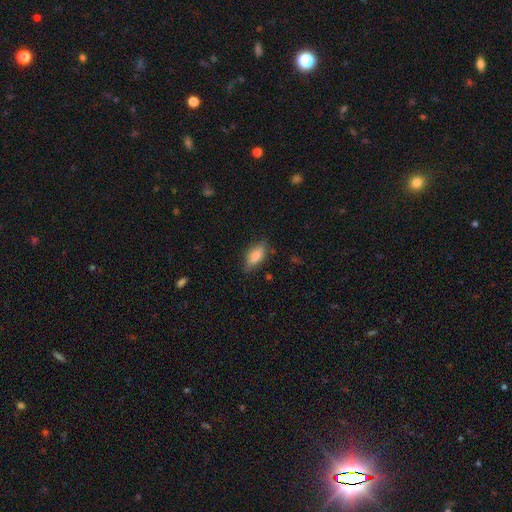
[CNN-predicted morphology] This appears to be a smooth galaxy with no disk features (71%) that is in between round and cigar-shaped (72%). Merging: none (80%).